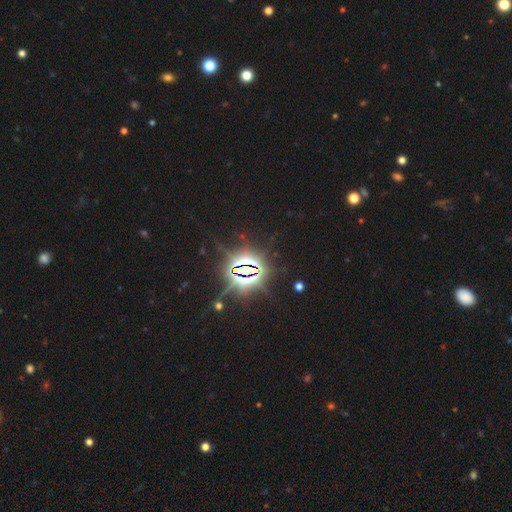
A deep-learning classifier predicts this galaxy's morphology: This is clearly a star or artifact rather than a galaxy (86%).